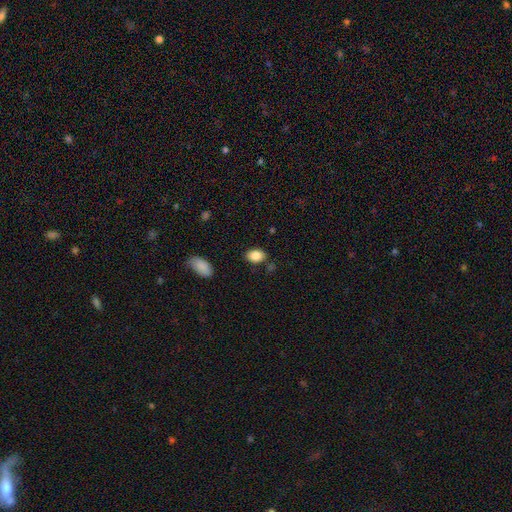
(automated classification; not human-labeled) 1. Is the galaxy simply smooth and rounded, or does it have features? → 86% smooth, 8% star or artifact, 6% featured or disk.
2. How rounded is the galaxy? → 82% in between, 17% round, 1% cigar-shaped.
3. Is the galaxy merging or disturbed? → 79% none, 13% minor disturbance, 5% merger, 3% major disturbance.